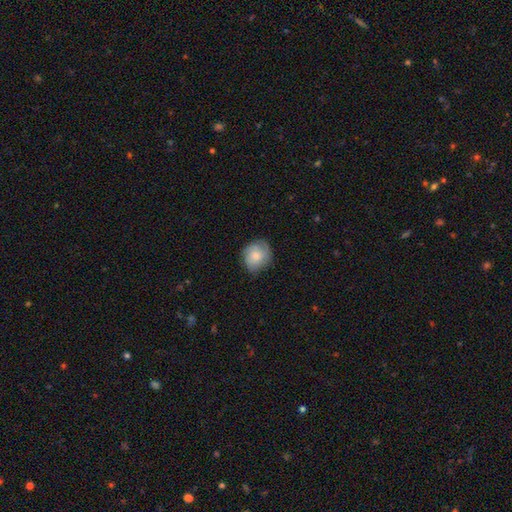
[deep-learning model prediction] smooth-or-featured: smooth: 68% | featured or disk: 25% | star or artifact: 7%
  how-rounded: round: 73% | in between: 26% | cigar-shaped: 1%
  merging: none: 73% | minor disturbance: 21% | major disturbance: 5% | merger: 1%